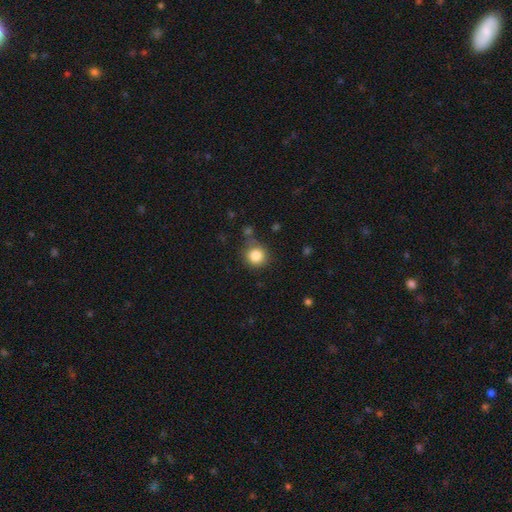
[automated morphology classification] Overall: smooth (84%). How rounded: round (92%). Merging: none (77%).